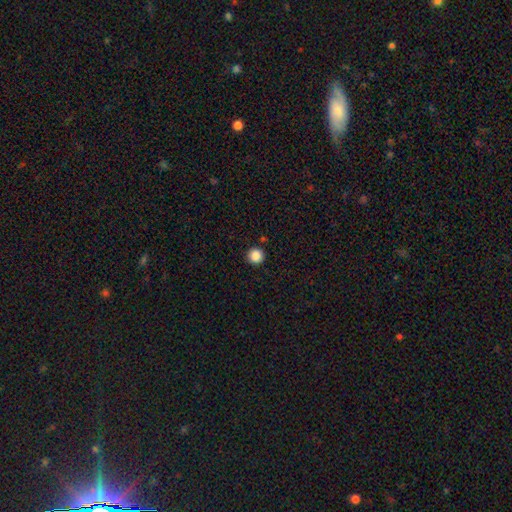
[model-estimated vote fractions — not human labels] Overall: smooth (87%). How rounded: round (96%). Merging: none (91%).